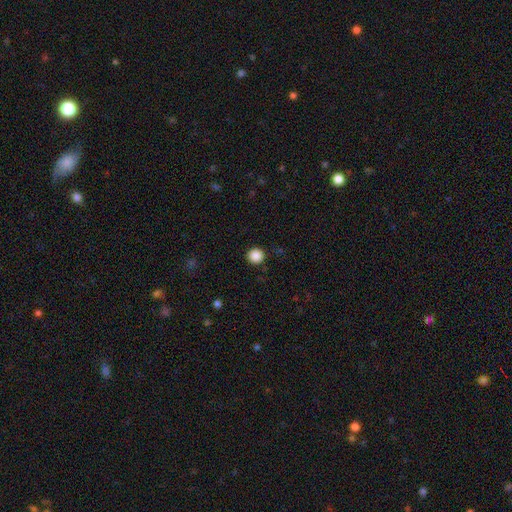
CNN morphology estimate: Overall: smooth (88%). How rounded: round (95%). Merging: none (92%).